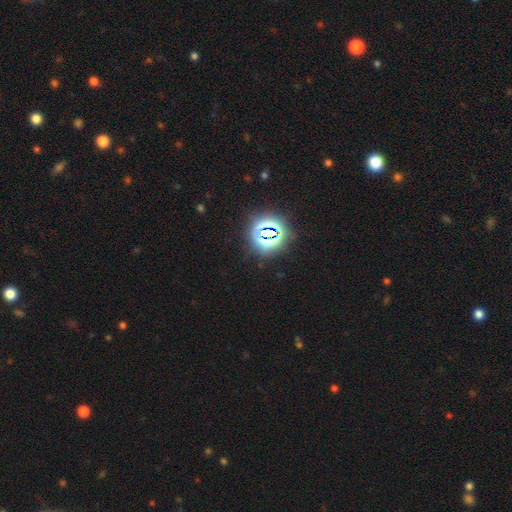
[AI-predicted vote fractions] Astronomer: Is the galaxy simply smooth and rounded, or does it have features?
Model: star or artifact — 75%.